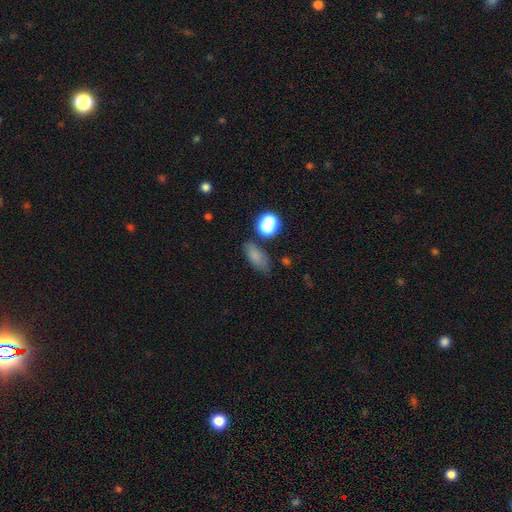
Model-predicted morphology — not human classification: smooth-or-featured: smooth: 77% | star or artifact: 12% | featured or disk: 10%
  how-rounded: in between: 77% | cigar-shaped: 13% | round: 10%
  merging: none: 66% | minor disturbance: 19% | merger: 8% | major disturbance: 6%